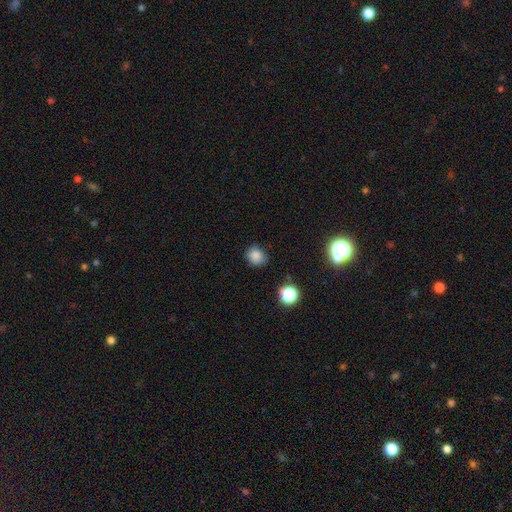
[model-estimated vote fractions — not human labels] Smooth or featured?
  - smooth: 82% *
  - star or artifact: 13%
  - featured or disk: 5%
How rounded?
  - round: 73% *
  - in between: 26%
  - cigar-shaped: 1%
Merging?
  - none: 78% *
  - minor disturbance: 17%
  - major disturbance: 3%
  - merger: 2%